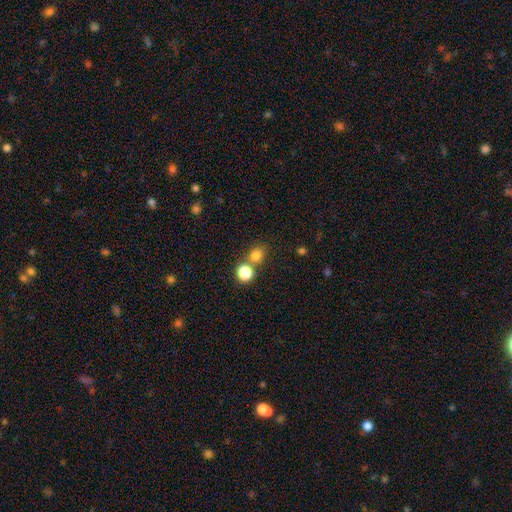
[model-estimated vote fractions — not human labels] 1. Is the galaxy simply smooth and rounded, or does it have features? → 78% smooth, 15% star or artifact, 6% featured or disk.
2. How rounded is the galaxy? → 77% round, 22% in between, 1% cigar-shaped.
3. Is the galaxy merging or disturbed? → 59% none, 30% merger, 8% minor disturbance, 3% major disturbance.